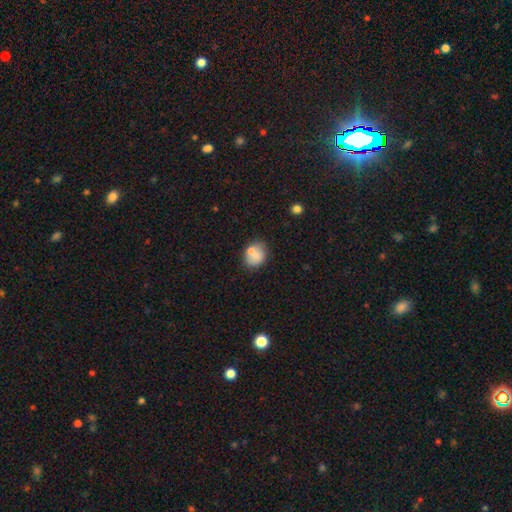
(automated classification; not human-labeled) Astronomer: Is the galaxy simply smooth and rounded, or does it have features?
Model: smooth — 73%.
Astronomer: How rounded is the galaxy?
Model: round — 59% (runner-up: in between, 40%).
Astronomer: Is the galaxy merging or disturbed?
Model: none — 58%.